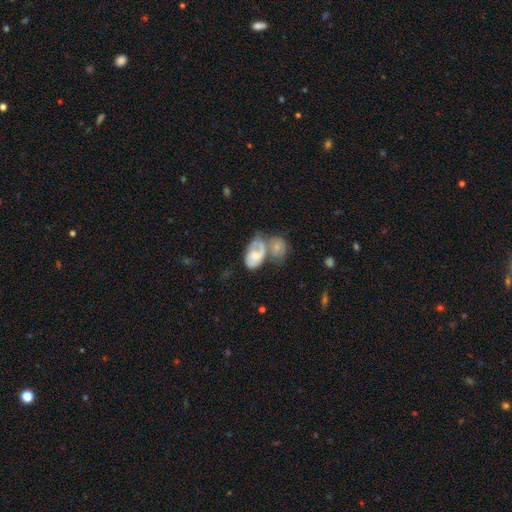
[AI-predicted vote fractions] A smooth galaxy with no disk features (48%).

Vote fractions:
- Smooth or featured? smooth: 48% / featured or disk: 45% / star or artifact: 7%
- Merging? merger: 61% / major disturbance: 14% / none: 14% / minor disturbance: 11%